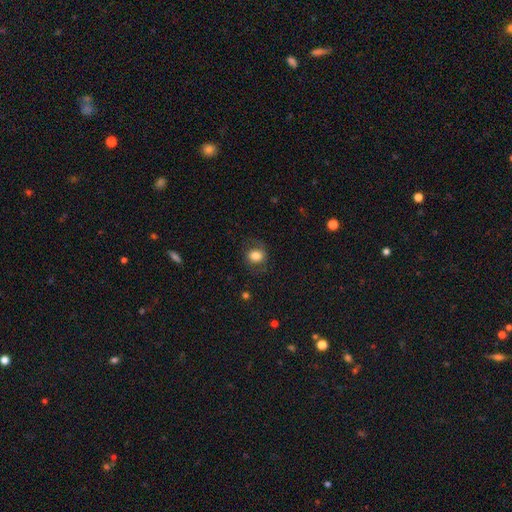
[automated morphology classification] Overall: smooth (77%). How rounded: round (65%; in between 34%). Merging: none (74%).